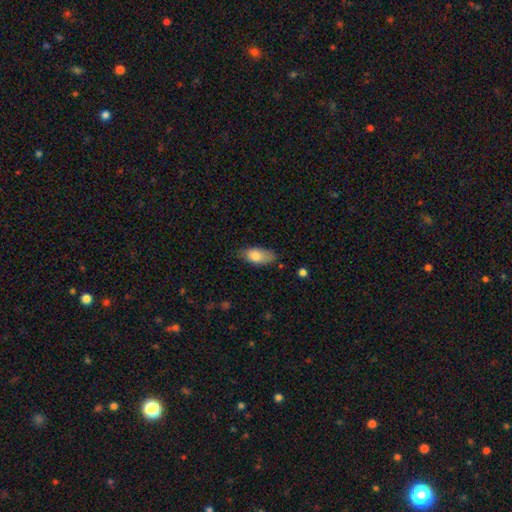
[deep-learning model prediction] This appears to be a smooth galaxy with no disk features (81%) that is in between round and cigar-shaped (88%). Merging: none (67%).